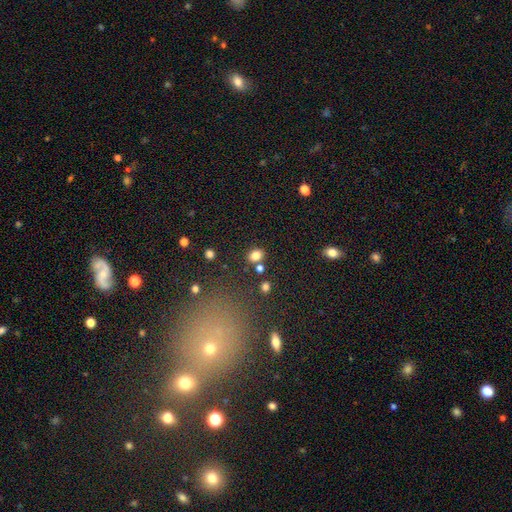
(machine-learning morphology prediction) Smooth or featured? smooth (81%)
How rounded? in between (52%)
Merging? none (77%)